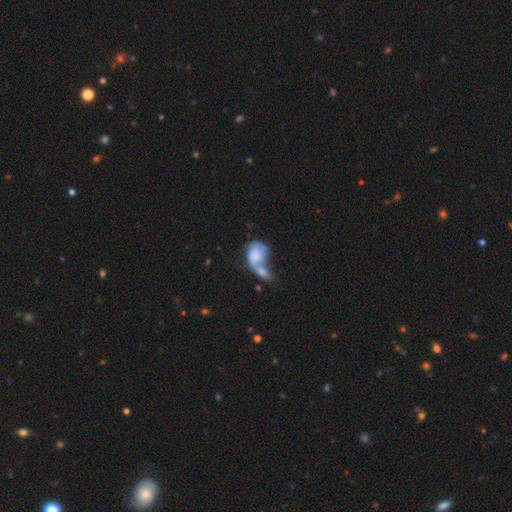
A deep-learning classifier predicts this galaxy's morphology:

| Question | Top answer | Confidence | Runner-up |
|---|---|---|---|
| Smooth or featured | smooth | 56% | featured or disk (36%) |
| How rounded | in between | 68% | round (30%) |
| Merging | merger | 60% | major disturbance (17%) |